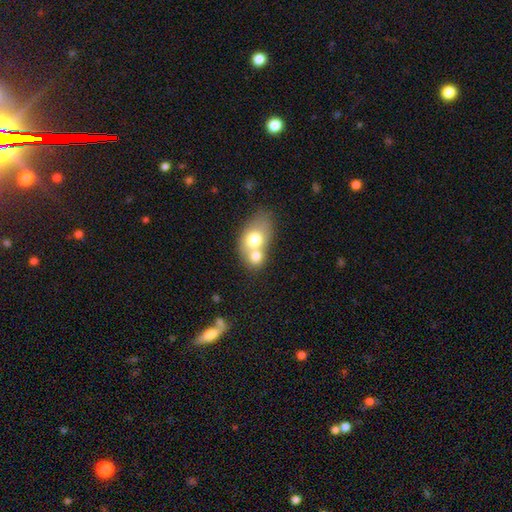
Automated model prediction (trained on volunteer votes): Smooth or featured: smooth — 69% (featured or disk — 23%)
How rounded: in between — 64% (round — 34%)
Merging: merger — 71% (none — 19%)